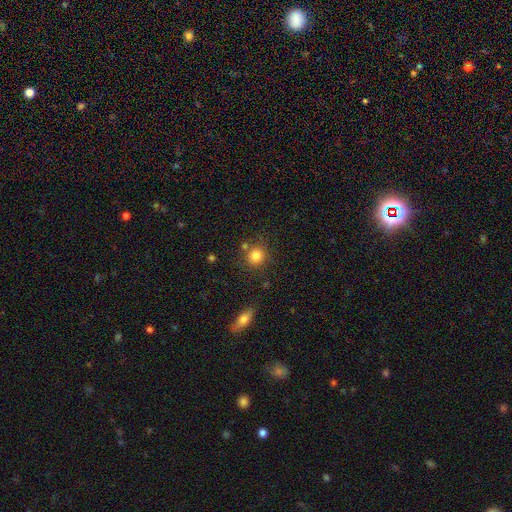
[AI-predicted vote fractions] Smooth or featured? smooth (82%)
How rounded? round (87%)
Merging? none (76%)